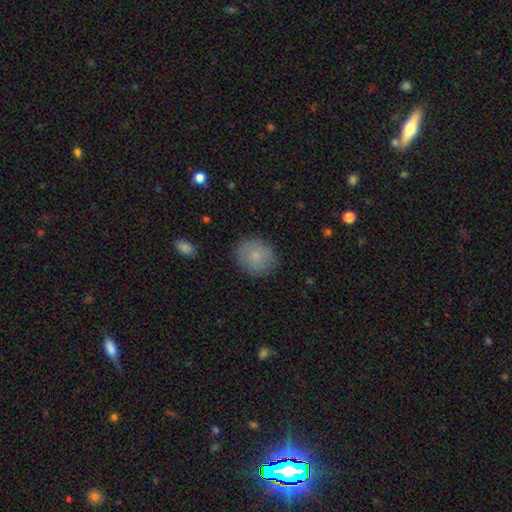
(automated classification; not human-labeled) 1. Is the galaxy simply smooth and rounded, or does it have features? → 79% smooth, 14% featured or disk, 8% star or artifact.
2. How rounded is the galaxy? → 82% round, 17% in between, 1% cigar-shaped.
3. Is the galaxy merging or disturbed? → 84% none, 12% minor disturbance, 3% major disturbance, 1% merger.